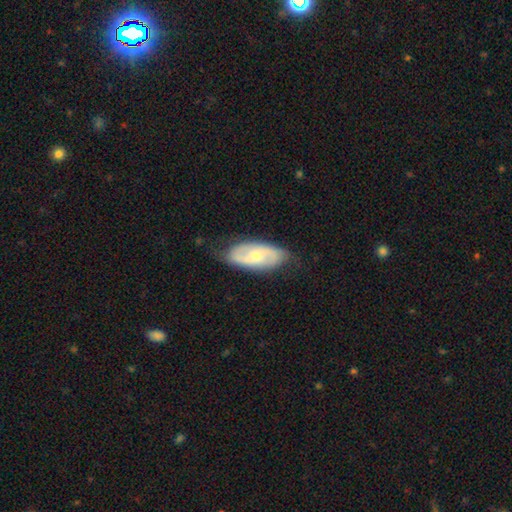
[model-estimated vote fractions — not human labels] Overall: featured or disk (61%; smooth 34%). Edge-on disk: no (91%). Bar: no (54%; weak 35%). Spiral arms: yes (79%). Bulge size: small (49%; moderate 47%). Merging: none (75%).